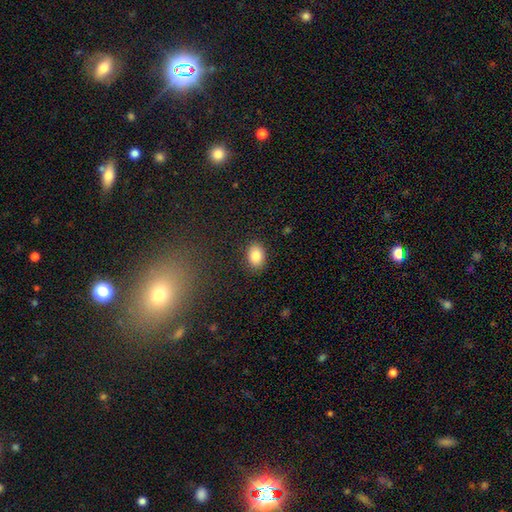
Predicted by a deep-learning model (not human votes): A smooth galaxy with no disk features (86%) that is in between round and cigar-shaped (76%).

Vote fractions:
- Smooth or featured? smooth: 86% / star or artifact: 8% / featured or disk: 6%
- How rounded? in between: 76% / round: 23% / cigar-shaped: 1%
- Merging? none: 88% / minor disturbance: 9% / major disturbance: 3% / merger: 1%